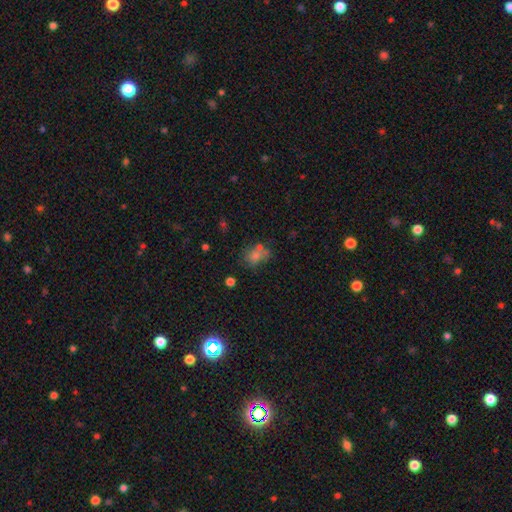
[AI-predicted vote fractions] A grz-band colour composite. It shows a smooth galaxy with no disk features (61%) that is round (52%). Merging: none (52%).